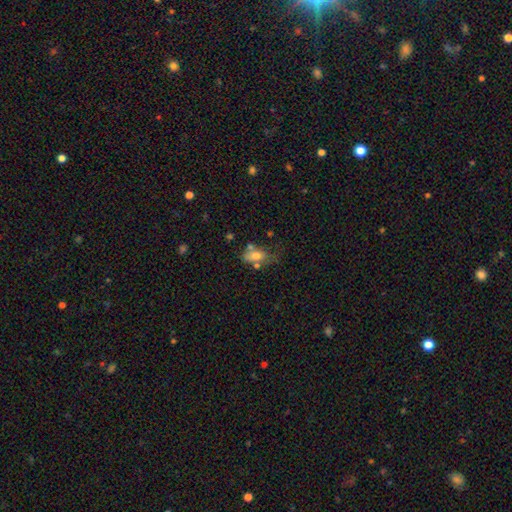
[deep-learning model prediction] Q: Smooth or featured?
A: smooth (68%); runner-up: featured or disk (23%)
Q: How rounded?
A: in between (83%); runner-up: round (11%)
Q: Merging?
A: none (36%); runner-up: minor disturbance (26%)